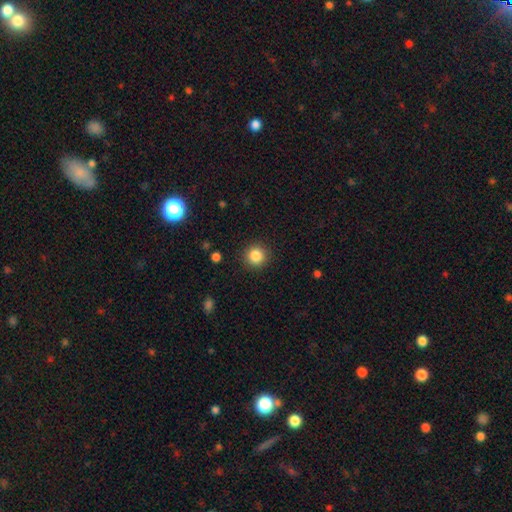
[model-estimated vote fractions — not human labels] Smooth or featured? Predicted: smooth (p=0.85). How rounded? Predicted: round (p=0.94). Merging? Predicted: none (p=0.91).